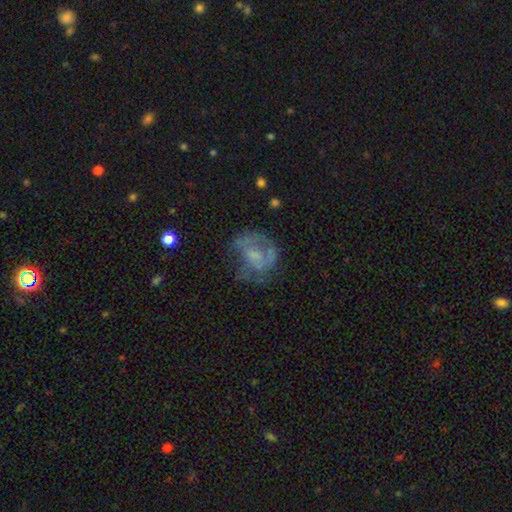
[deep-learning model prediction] Morphology: type=featured or disk (56%); edge-on=no (97%); bar=no (67%); spiral arms=yes (51%); bulge=small (37%); merging=none (41%).